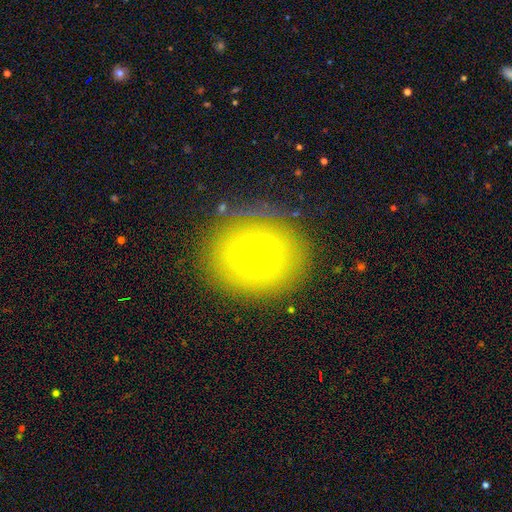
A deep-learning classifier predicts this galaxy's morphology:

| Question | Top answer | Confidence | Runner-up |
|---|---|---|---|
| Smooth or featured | smooth | 58% | featured or disk (30%) |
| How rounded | round | 69% | in between (30%) |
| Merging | none | 80% | minor disturbance (13%) |